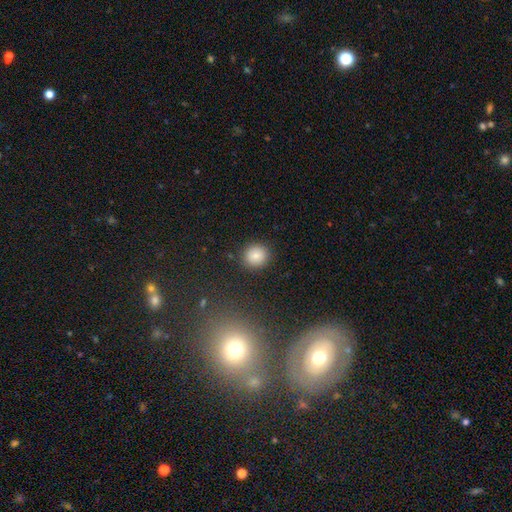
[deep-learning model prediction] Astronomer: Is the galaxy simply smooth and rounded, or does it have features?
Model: smooth — 82%.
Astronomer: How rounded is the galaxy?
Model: round — 90%.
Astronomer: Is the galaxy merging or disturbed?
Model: none — 89%.